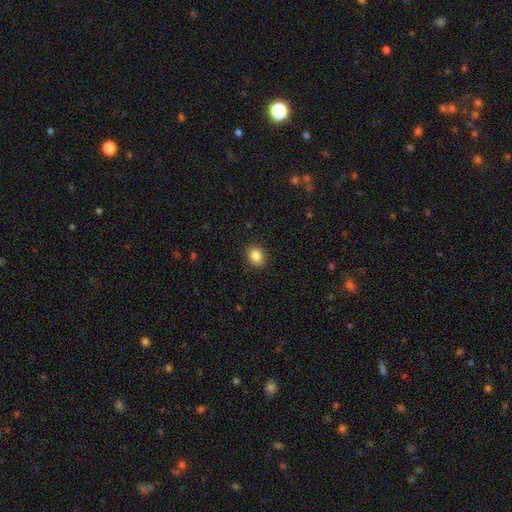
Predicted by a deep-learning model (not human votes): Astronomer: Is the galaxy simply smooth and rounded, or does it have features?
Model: smooth — 86%.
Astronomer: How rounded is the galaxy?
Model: round — 58% (runner-up: in between, 41%).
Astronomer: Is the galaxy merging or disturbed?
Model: none — 89%.